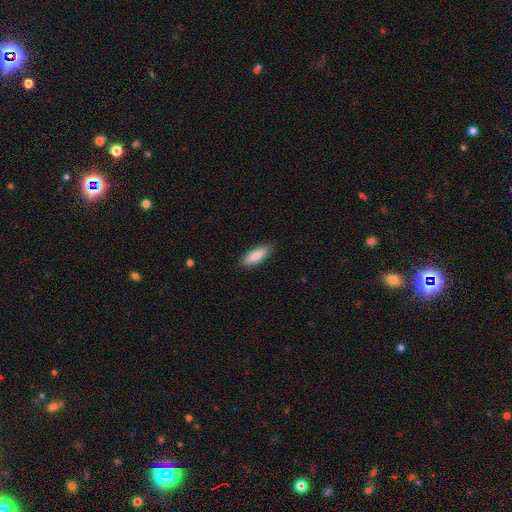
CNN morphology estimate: This is clearly a smooth galaxy (87%). How rounded: likely in between (66%). Merging: clearly none (86%).